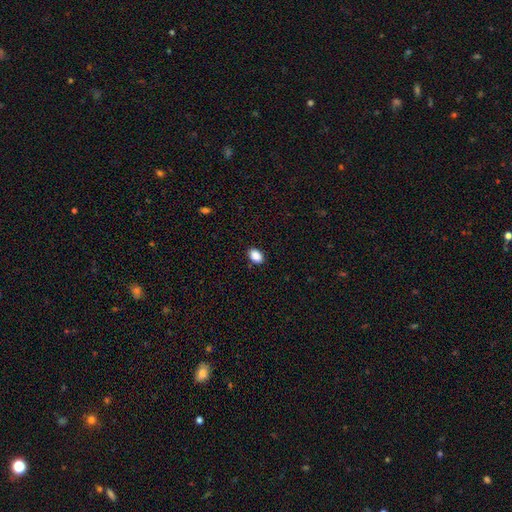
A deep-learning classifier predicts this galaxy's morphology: type=smooth (89%); roundness=in between (84%); merging=none (87%).